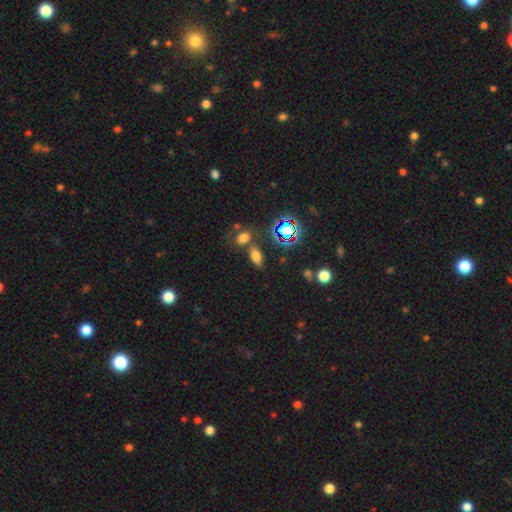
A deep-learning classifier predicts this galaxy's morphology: Overall: smooth (66%). How rounded: in between (85%). Merging: none (64%).